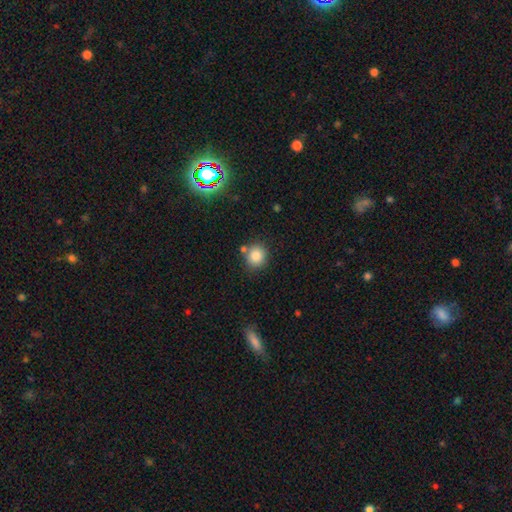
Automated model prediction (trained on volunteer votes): Smooth or featured: smooth — 83% (star or artifact — 11%)
How rounded: round — 84% (in between — 15%)
Merging: none — 76% (minor disturbance — 11%)